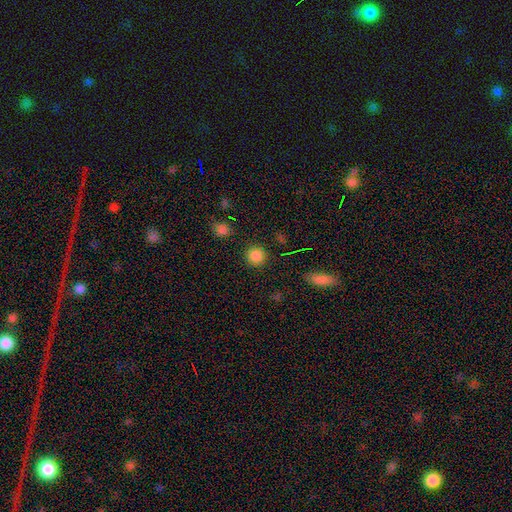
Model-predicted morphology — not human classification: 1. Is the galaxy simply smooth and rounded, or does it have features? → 84% smooth, 12% star or artifact, 4% featured or disk.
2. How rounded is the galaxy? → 94% round, 5% in between, 1% cigar-shaped.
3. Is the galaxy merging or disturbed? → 90% none, 6% minor disturbance, 2% major disturbance, 2% merger.